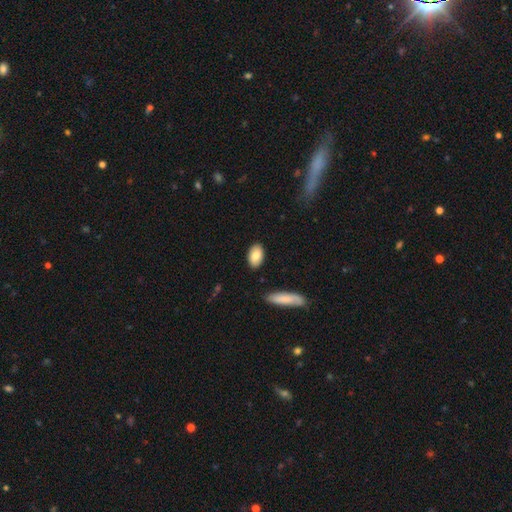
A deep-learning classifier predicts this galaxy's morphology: A smooth galaxy with no disk features (83%) that is in between round and cigar-shaped (92%). Merging: none (87%).